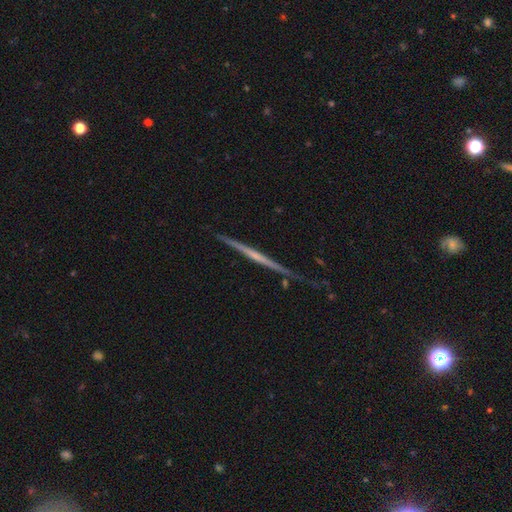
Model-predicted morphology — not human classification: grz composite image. It shows a featured or disk galaxy (74%) viewed edge-on (98%) with no central bulge (71%). Merging: none (80%).